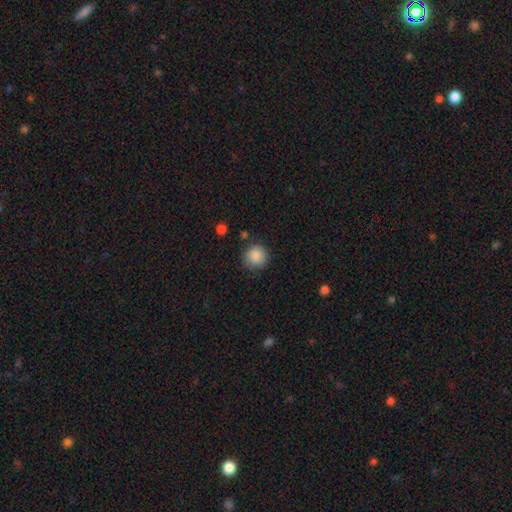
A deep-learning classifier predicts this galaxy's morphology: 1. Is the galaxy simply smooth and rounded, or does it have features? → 88% smooth, 9% star or artifact, 4% featured or disk.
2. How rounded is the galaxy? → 93% round, 6% in between, 1% cigar-shaped.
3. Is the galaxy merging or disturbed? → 86% none, 9% minor disturbance, 3% major disturbance, 2% merger.